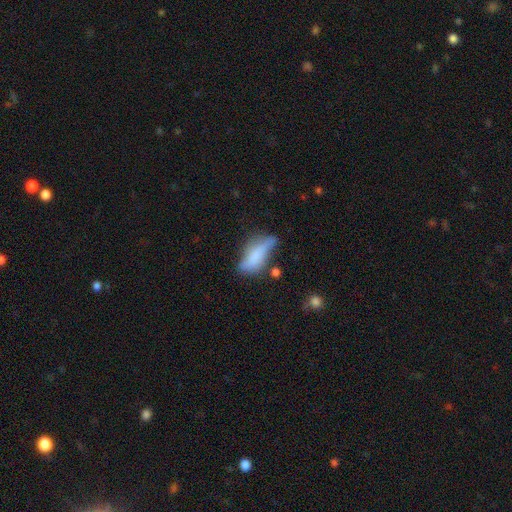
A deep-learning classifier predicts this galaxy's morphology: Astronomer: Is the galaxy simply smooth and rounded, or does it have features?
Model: smooth — 65%.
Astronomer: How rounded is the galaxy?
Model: in between — 63%.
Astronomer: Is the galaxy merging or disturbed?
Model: none — 38% (runner-up: minor disturbance, 35%).